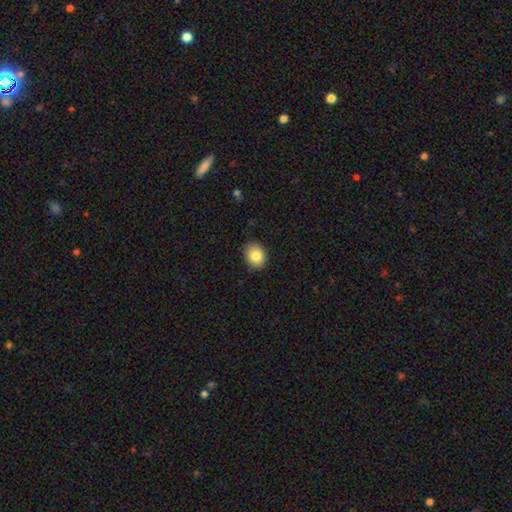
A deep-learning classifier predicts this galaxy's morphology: Q: Smooth or featured?
A: smooth (85%); runner-up: star or artifact (8%)
Q: How rounded?
A: in between (52%); runner-up: round (47%)
Q: Merging?
A: none (86%); runner-up: minor disturbance (11%)